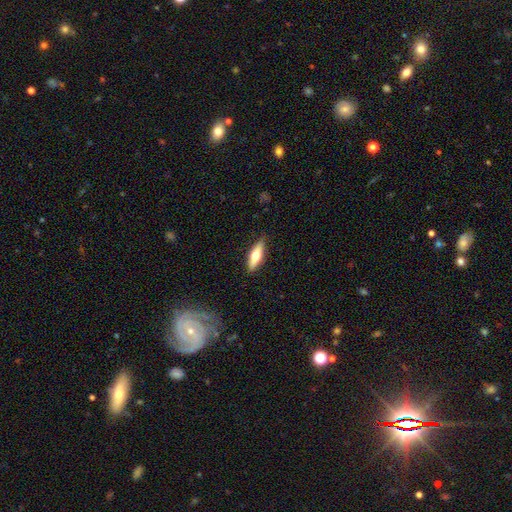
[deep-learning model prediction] smooth 53%, featured or disk 41%, star or artifact 6%. Down the decision tree: how rounded — cigar-shaped (52%); merging — none (86%).